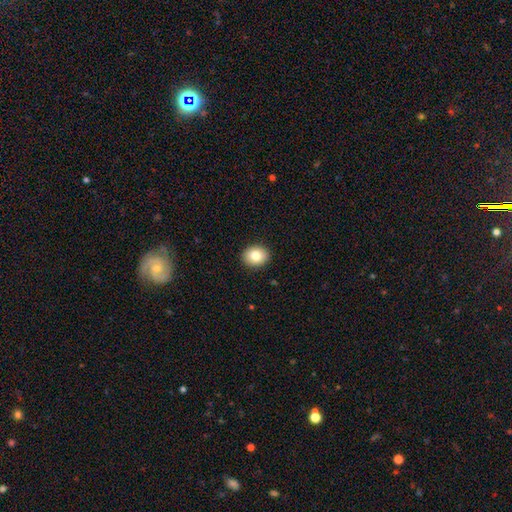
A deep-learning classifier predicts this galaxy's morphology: Smooth or featured: smooth — 81% (featured or disk — 10%)
How rounded: round — 57% (in between — 43%)
Merging: none — 91% (minor disturbance — 6%)